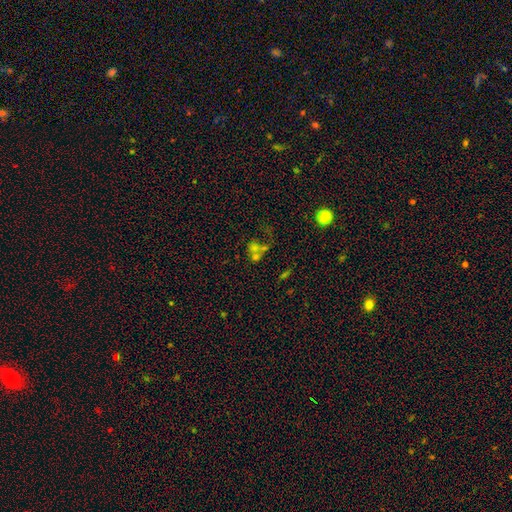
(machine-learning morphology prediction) smooth_or_featured: smooth (p=0.50) [alt: featured or disk p=0.26]
merging: merger (p=0.56) [alt: none p=0.26]